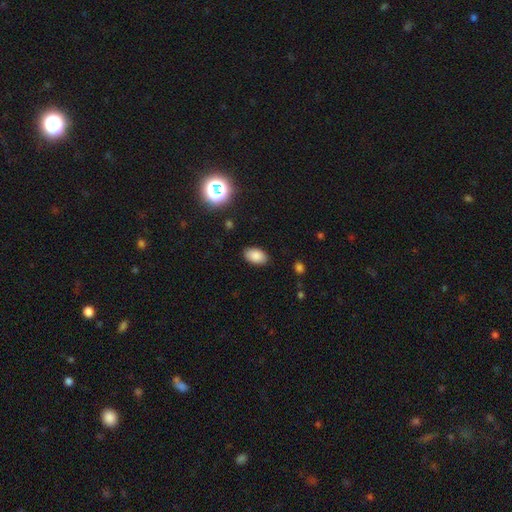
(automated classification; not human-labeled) This is clearly a smooth galaxy (85%). How rounded: clearly in between (92%). Merging: clearly none (87%).